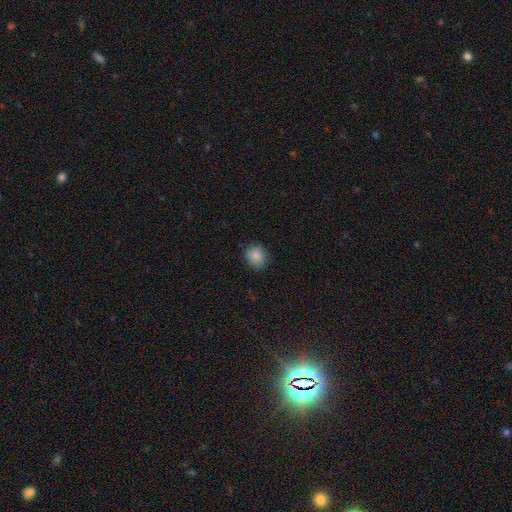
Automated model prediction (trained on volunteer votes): Smooth or featured: smooth — 87% (star or artifact — 9%)
How rounded: round — 74% (in between — 25%)
Merging: none — 86% (minor disturbance — 11%)